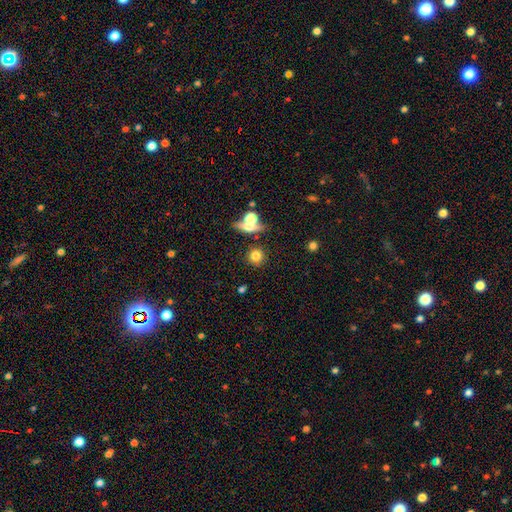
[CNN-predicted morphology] Smooth or featured: smooth — 76% (star or artifact — 14%)
How rounded: round — 89% (in between — 9%)
Merging: none — 78% (merger — 11%)